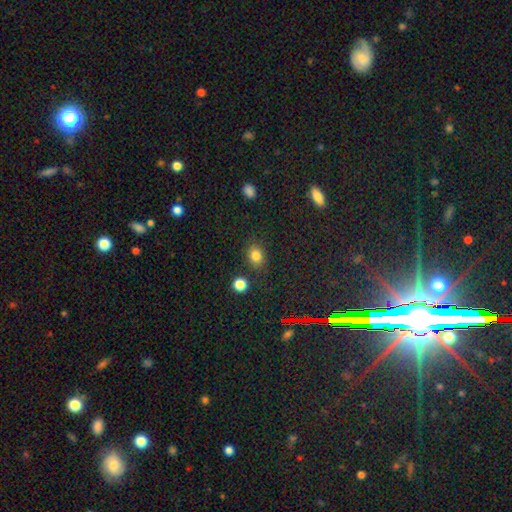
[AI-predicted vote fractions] Smooth or featured? smooth (81%)
How rounded? round (52%)
Merging? none (81%)